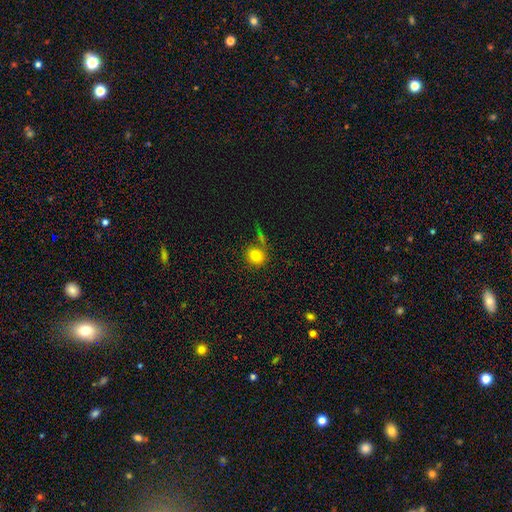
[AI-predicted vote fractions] smooth 80%, star or artifact 11%, featured or disk 9%. Down the decision tree: how rounded — round (67%); merging — none (67%).